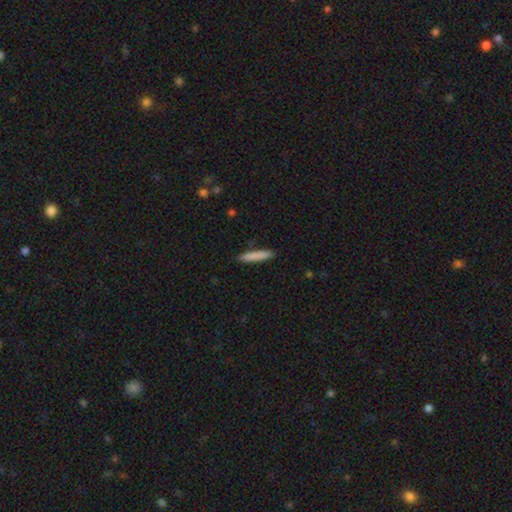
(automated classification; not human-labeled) This appears to be a smooth galaxy with no disk features (84%) that is cigar-shaped (91%). Merging: none (88%).